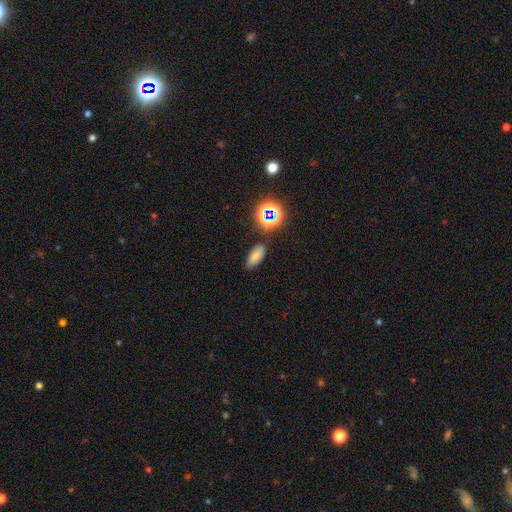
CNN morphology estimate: smooth_or_featured: smooth (p=0.70) [alt: star or artifact p=0.19]
how_rounded: in between (p=0.84) [alt: cigar-shaped p=0.09]
merging: none (p=0.81) [alt: minor disturbance p=0.12]